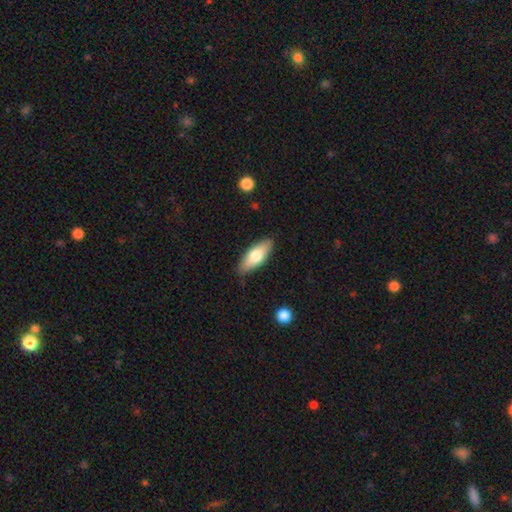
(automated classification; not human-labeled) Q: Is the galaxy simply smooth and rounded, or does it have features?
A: smooth — 68%.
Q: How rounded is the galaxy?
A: in between — 69%.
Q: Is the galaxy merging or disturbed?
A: none — 86%.